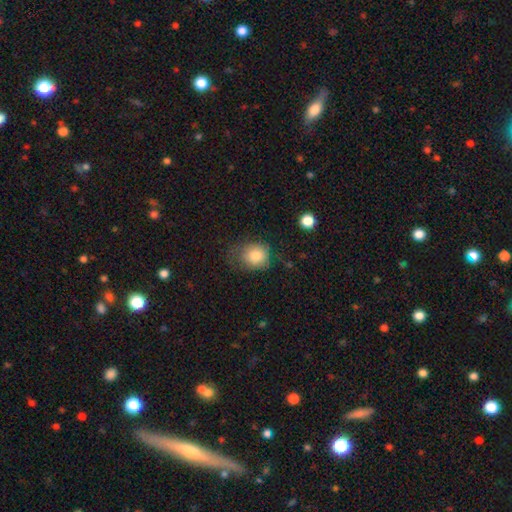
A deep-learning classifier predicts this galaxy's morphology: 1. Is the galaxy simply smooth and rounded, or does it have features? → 80% smooth, 11% featured or disk, 9% star or artifact.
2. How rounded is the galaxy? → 65% round, 34% in between, 1% cigar-shaped.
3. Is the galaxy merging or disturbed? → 53% none, 30% minor disturbance, 15% major disturbance, 2% merger.